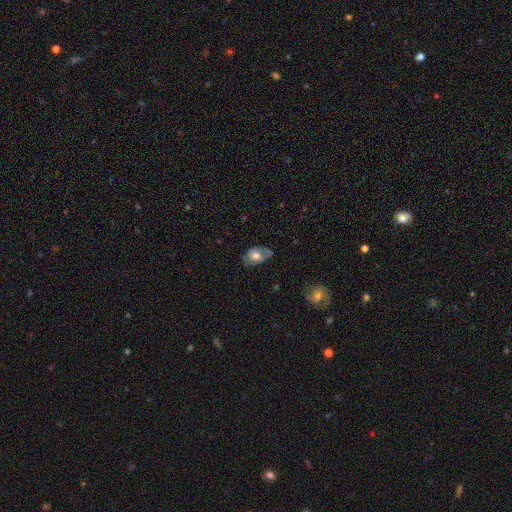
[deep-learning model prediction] Q: Smooth or featured?
A: smooth (60%); runner-up: featured or disk (32%)
Q: How rounded?
A: in between (86%); runner-up: round (12%)
Q: Merging?
A: none (56%); runner-up: minor disturbance (30%)